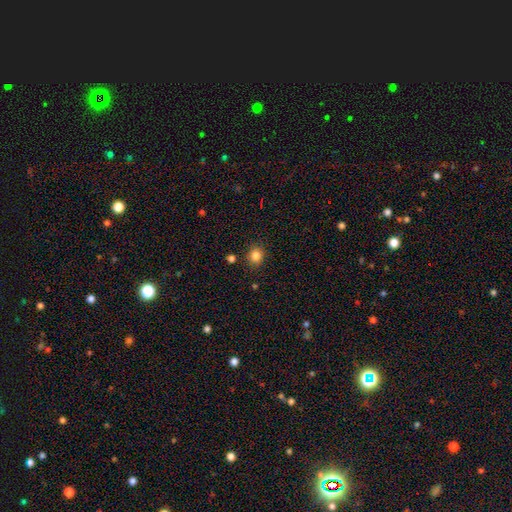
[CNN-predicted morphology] This appears to be a smooth galaxy with no disk features (83%) that is round (80%). Merging: none (87%).